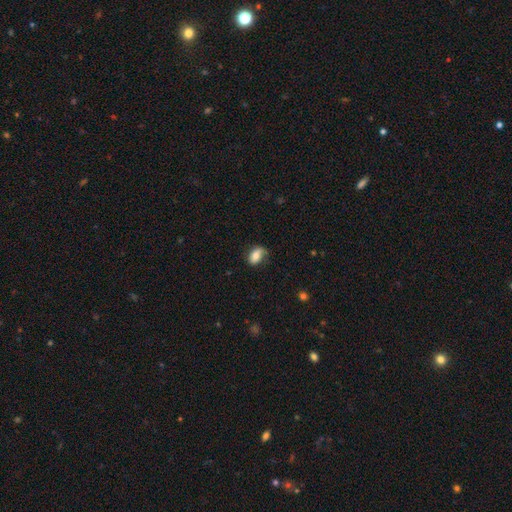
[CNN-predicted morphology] Smooth or featured: smooth — 66% (featured or disk — 26%)
How rounded: in between — 87% (round — 11%)
Merging: none — 56% (minor disturbance — 31%)